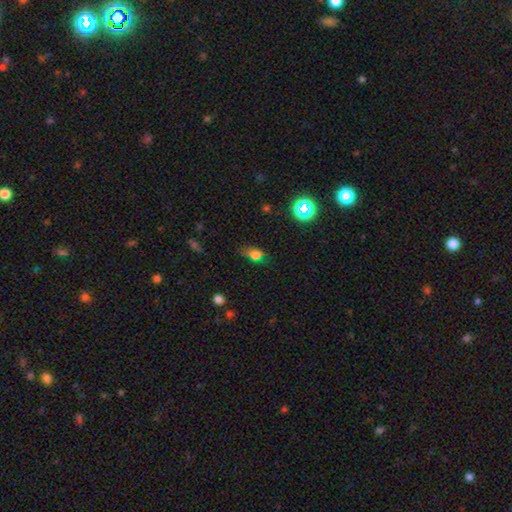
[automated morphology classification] A smooth galaxy with no disk features (67%) that is in between round and cigar-shaped (72%).

Vote fractions:
- Smooth or featured? smooth: 67% / star or artifact: 21% / featured or disk: 12%
- How rounded? in between: 72% / round: 21% / cigar-shaped: 7%
- Merging? none: 59% / minor disturbance: 25% / major disturbance: 11% / merger: 5%